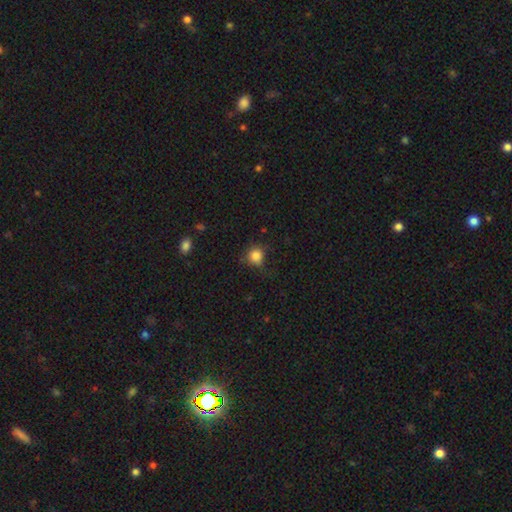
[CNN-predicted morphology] The model was most divided on "merging": none: 71%, minor disturbance: 21%, major disturbance: 7%, merger: 2%. More confident: how rounded — round (88%); smooth or featured — smooth (84%).